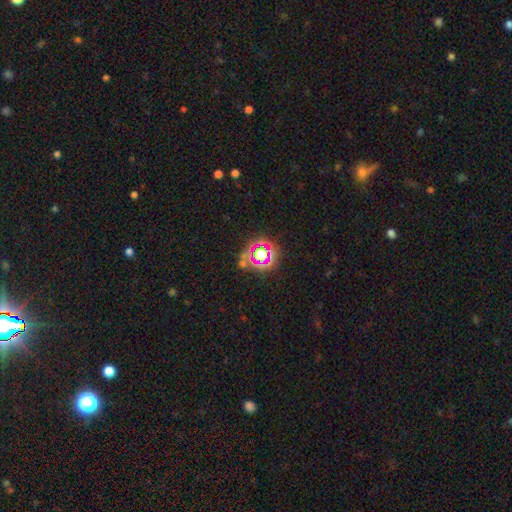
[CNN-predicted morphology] This is likely a star or artifact rather than a galaxy (74%).